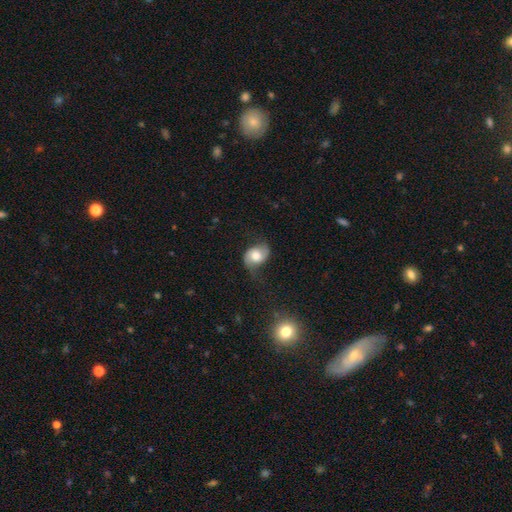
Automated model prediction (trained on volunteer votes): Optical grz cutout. It shows a featured or disk galaxy (55%) with no bar (63%), spiral arms (88%) and a moderate central bulge (58%). Merging: none (59%).